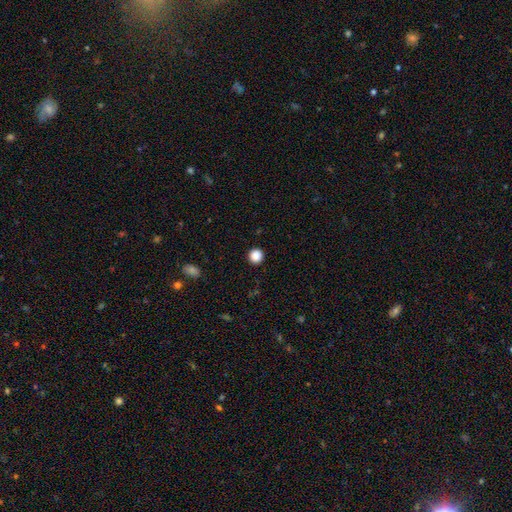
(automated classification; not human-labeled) smooth_or_featured: smooth (p=0.88) [alt: star or artifact p=0.10]
how_rounded: round (p=0.95) [alt: in between p=0.04]
merging: none (p=0.93) [alt: minor disturbance p=0.04]